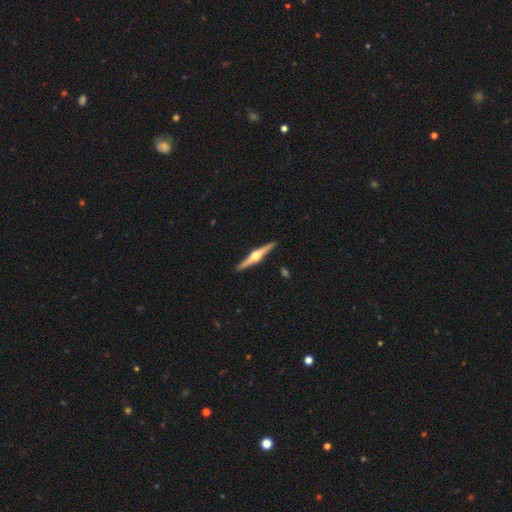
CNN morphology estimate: A featured or disk galaxy (80%) viewed edge-on (98%) with a rounded central bulge (96%).

Vote fractions:
- Smooth or featured? featured or disk: 80% / smooth: 15% / star or artifact: 5%
- Edge-on disk? yes: 98% / no: 2%
- Edge-on bulge? rounded: 96% / boxy: 3% / none: 2%
- Merging? none: 92% / minor disturbance: 6% / major disturbance: 1% / merger: 1%